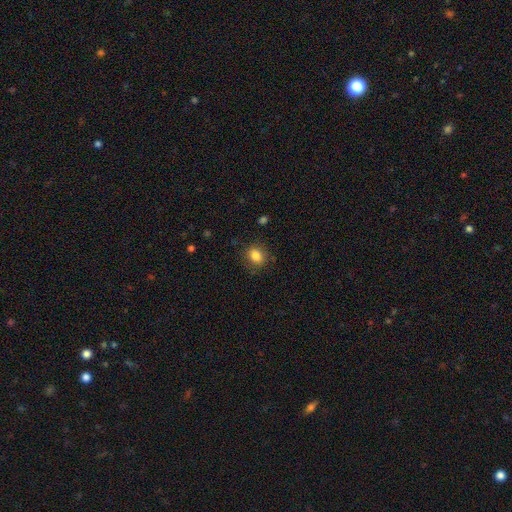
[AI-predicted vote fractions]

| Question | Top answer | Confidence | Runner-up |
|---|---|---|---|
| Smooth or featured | smooth | 84% | star or artifact (10%) |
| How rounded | round | 53% | in between (46%) |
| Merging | none | 83% | minor disturbance (12%) |